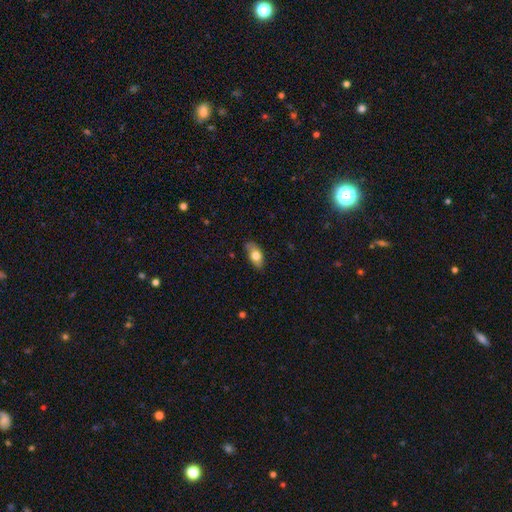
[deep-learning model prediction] This is likely a smooth galaxy (74%). How rounded: clearly in between (87%). Merging: likely none (76%).